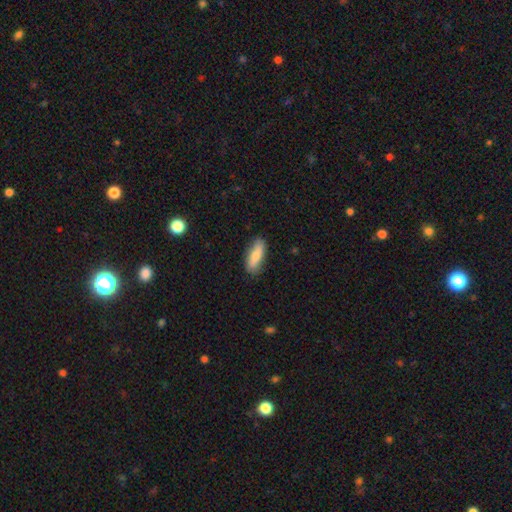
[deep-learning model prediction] Morphology: type=smooth (77%); roundness=in between (62%); merging=none (83%).